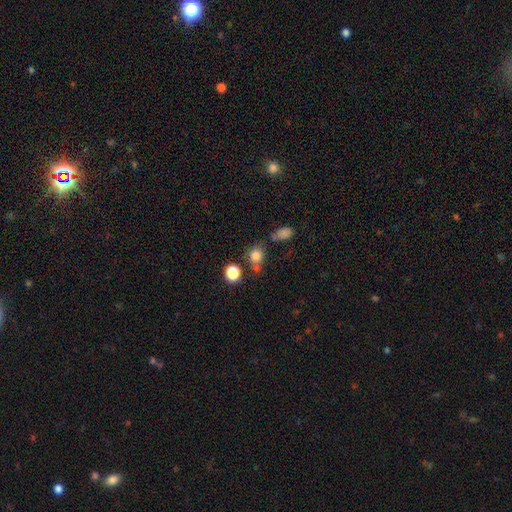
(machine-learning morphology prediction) This appears to be a smooth galaxy with no disk features (77%) that is round (68%). Merging: none (57%).